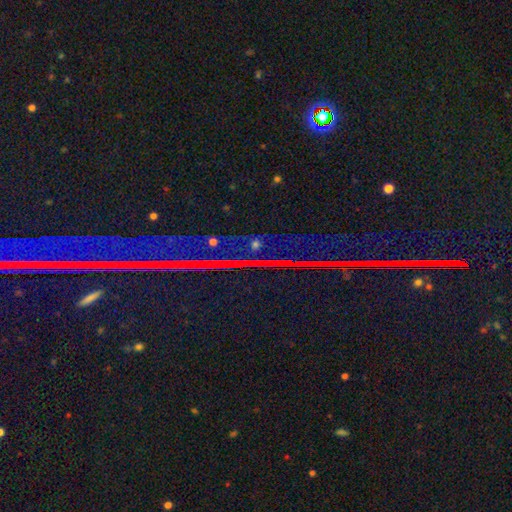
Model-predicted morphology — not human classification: Smooth or featured? Predicted: star or artifact (p=0.87).